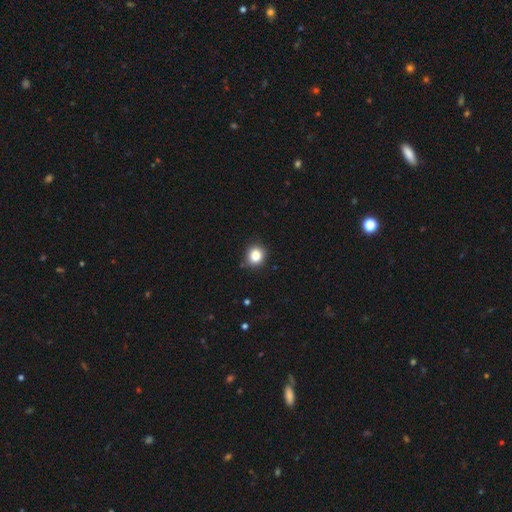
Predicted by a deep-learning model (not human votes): Q: Smooth or featured?
A: smooth (85%); runner-up: star or artifact (11%)
Q: How rounded?
A: round (79%); runner-up: in between (20%)
Q: Merging?
A: none (84%); runner-up: minor disturbance (12%)